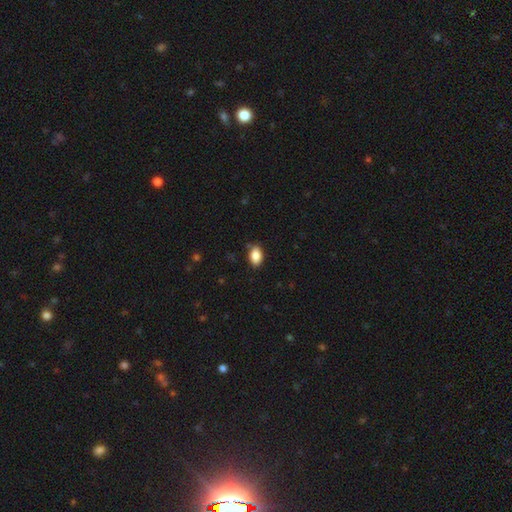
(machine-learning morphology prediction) A smooth galaxy with no disk features (87%) that is in between round and cigar-shaped (88%). Merging: none (82%).